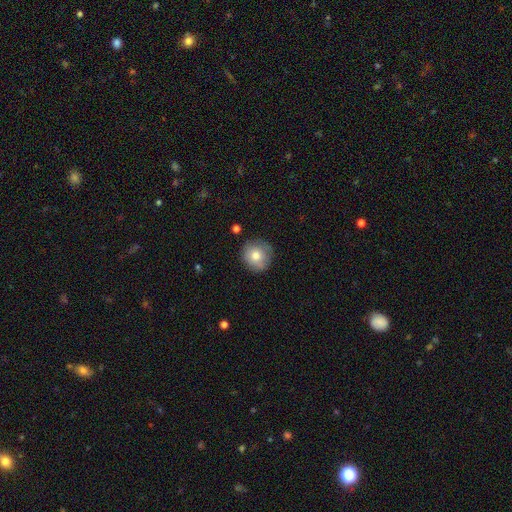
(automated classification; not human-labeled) Smooth or featured? Predicted: smooth (p=0.74). How rounded? Predicted: round (p=0.93). Merging? Predicted: none (p=0.81).